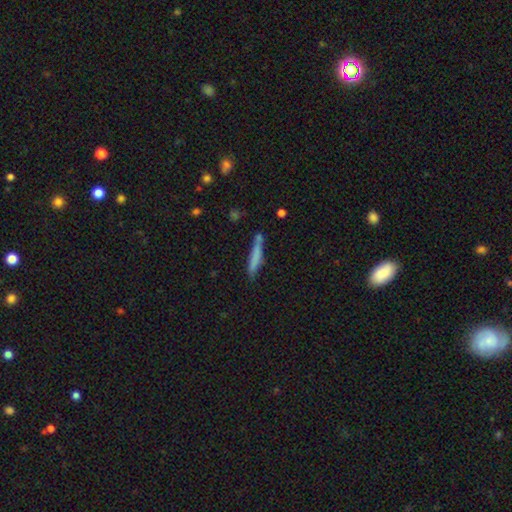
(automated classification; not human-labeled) Q: Smooth or featured?
A: smooth (73%); runner-up: featured or disk (20%)
Q: How rounded?
A: cigar-shaped (93%); runner-up: in between (6%)
Q: Merging?
A: none (75%); runner-up: minor disturbance (15%)